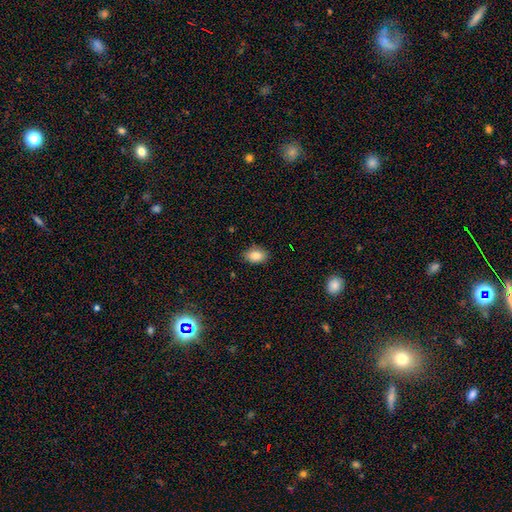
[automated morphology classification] This is clearly a smooth galaxy (86%). How rounded: clearly in between (84%). Merging: clearly none (85%).